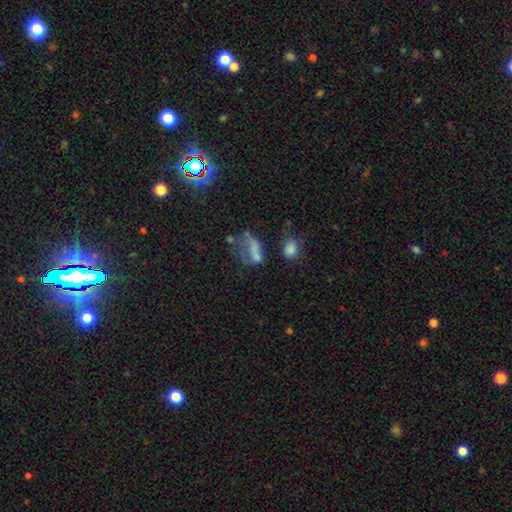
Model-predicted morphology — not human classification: smooth 56%, featured or disk 26%, star or artifact 18%. Down the decision tree: how rounded — in between (69%); merging — major disturbance (38%).